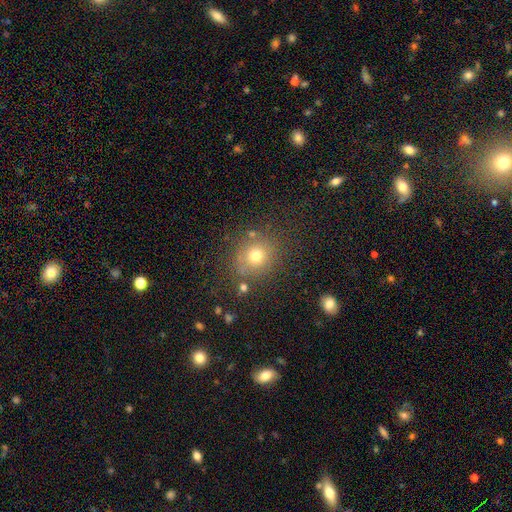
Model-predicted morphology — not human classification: Q: Smooth or featured?
A: smooth (72%); runner-up: star or artifact (17%)
Q: How rounded?
A: round (83%); runner-up: in between (16%)
Q: Merging?
A: none (78%); runner-up: minor disturbance (12%)